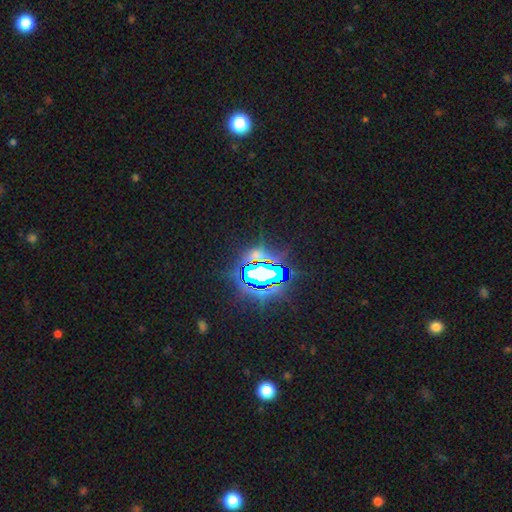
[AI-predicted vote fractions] Smooth or featured? Predicted: star or artifact (p=0.75).